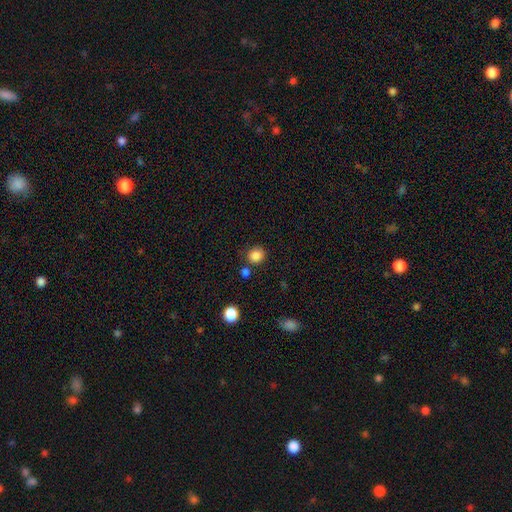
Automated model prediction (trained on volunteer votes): This appears to be a smooth galaxy with no disk features (85%) that is round (85%). Merging: none (78%).